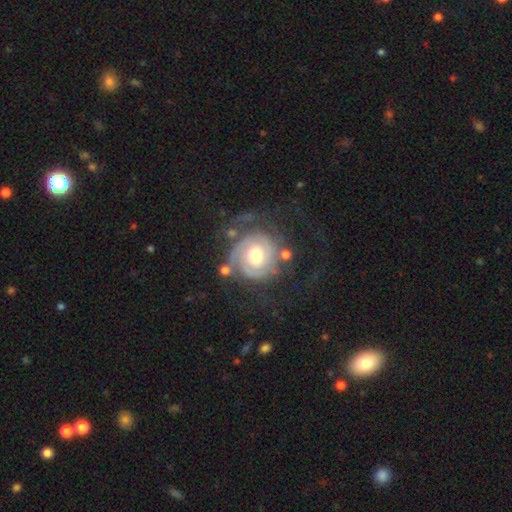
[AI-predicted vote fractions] Morphology: type=featured or disk (83%); edge-on=no (98%); bar=no (62%); spiral arms=yes (94%); winding=tight (72%); arm count=2 (49%); bulge=moderate (62%); merging=none (59%).